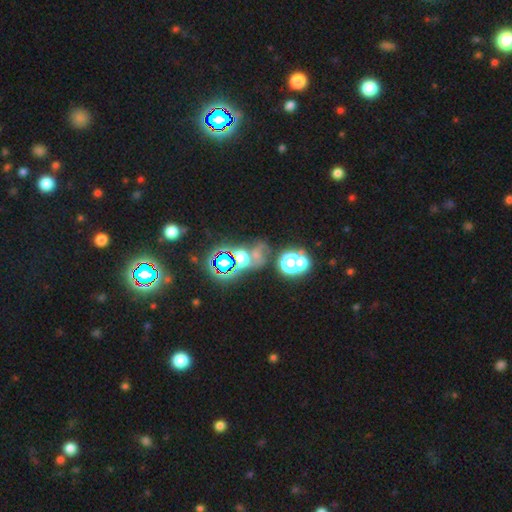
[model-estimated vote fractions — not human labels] A star or artifact, not a galaxy (47%).